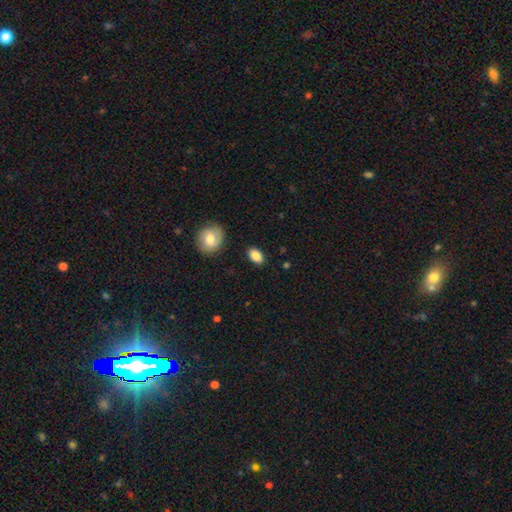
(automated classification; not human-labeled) This appears to be a smooth galaxy with no disk features (87%) that is in between round and cigar-shaped (88%). Merging: none (87%).